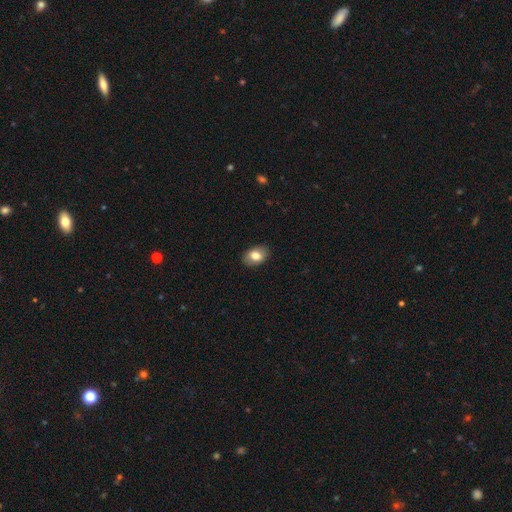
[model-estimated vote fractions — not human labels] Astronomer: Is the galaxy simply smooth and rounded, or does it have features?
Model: smooth — 80%.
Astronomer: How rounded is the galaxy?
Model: in between — 83%.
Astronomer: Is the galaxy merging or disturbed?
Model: none — 86%.